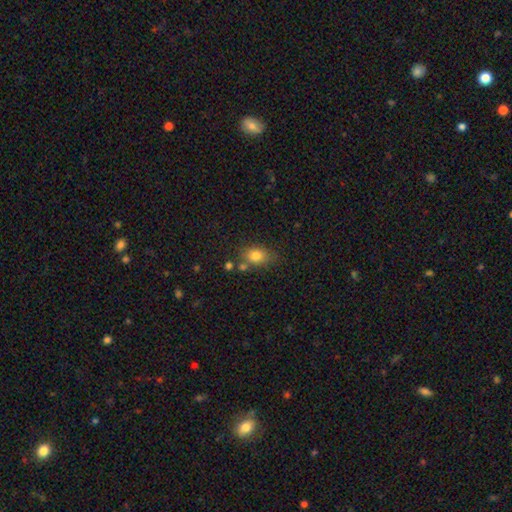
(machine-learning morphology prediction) This is likely a smooth galaxy (79%). How rounded: likely in between (69%). Merging: likely none (66%).